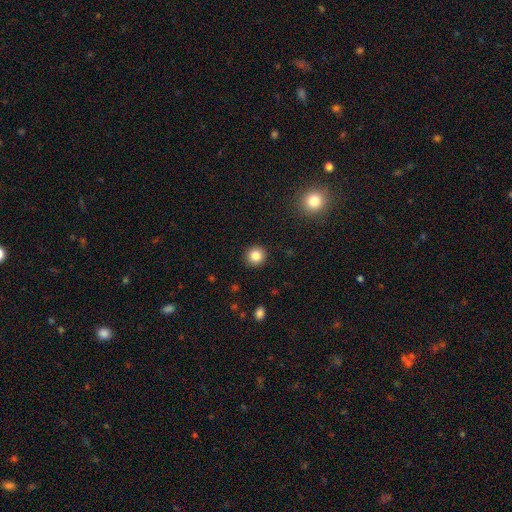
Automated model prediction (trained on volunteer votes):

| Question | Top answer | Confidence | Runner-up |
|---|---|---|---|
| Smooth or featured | smooth | 83% | star or artifact (11%) |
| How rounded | round | 91% | in between (8%) |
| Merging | none | 92% | minor disturbance (5%) |